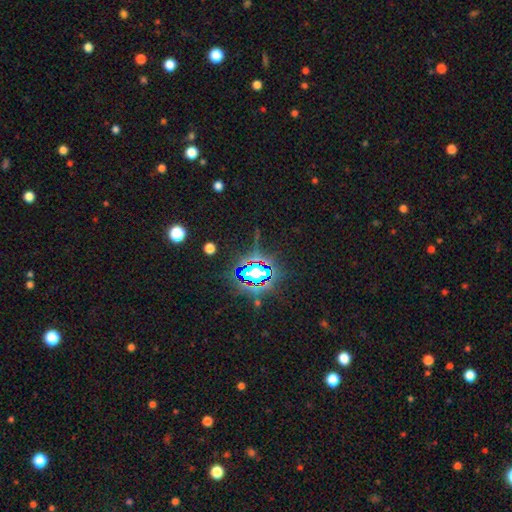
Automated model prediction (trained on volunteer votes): A star or artifact, not a galaxy (84%).